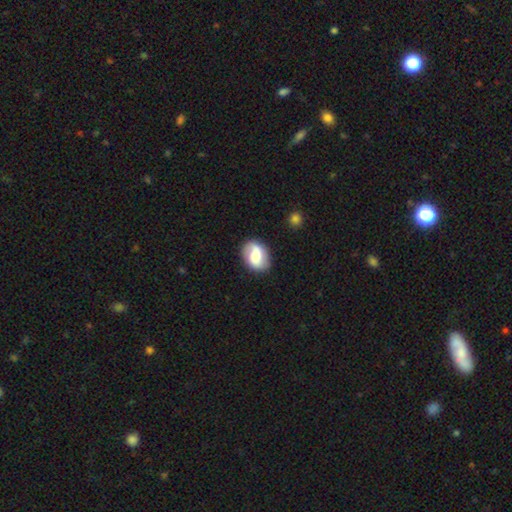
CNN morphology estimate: smooth_or_featured: smooth (p=0.54) [alt: featured or disk p=0.39]
how_rounded: in between (p=0.72) [alt: round p=0.26]
merging: none (p=0.80) [alt: minor disturbance p=0.14]